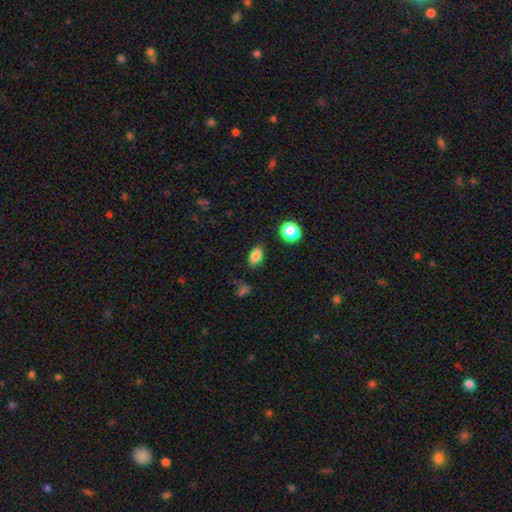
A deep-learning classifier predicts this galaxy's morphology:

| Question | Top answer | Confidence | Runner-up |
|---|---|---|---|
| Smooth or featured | smooth | 84% | star or artifact (10%) |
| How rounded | in between | 86% | round (10%) |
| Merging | none | 83% | minor disturbance (12%) |